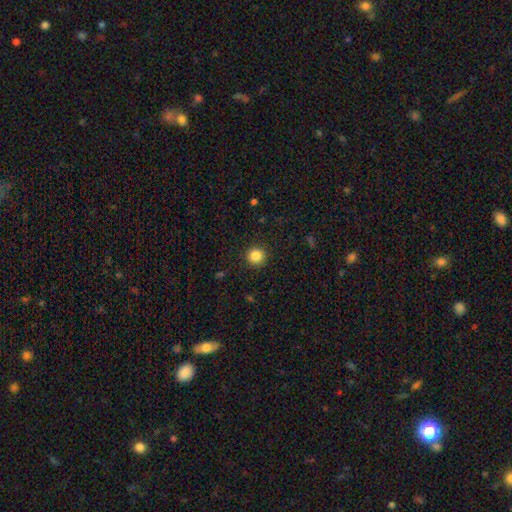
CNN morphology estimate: The model was most divided on "smooth or featured": smooth: 85%, star or artifact: 11%, featured or disk: 4%. More confident: how rounded — round (95%); merging — none (92%).